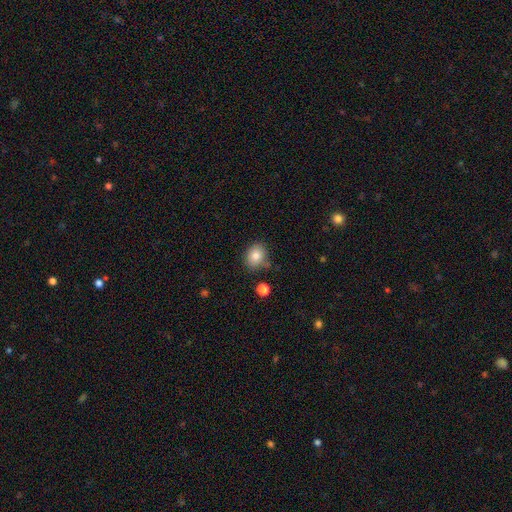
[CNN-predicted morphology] Overall: smooth (82%). How rounded: round (55%; in between 44%). Merging: none (74%).